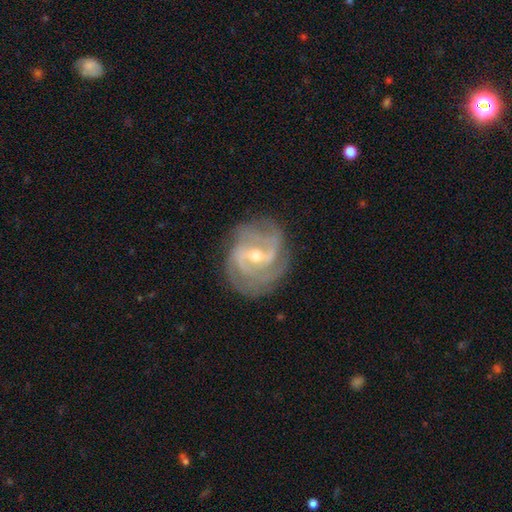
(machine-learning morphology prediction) The model was most divided on "spiral winding": medium: 43%, tight: 41%, loose: 16%. Remaining: edge-on disk — no (97%); spiral arms — yes (96%); smooth or featured — featured or disk (88%); merging — none (75%); bulge size — moderate (53%); bar — weak (48%); spiral arm count — 2 (40%).